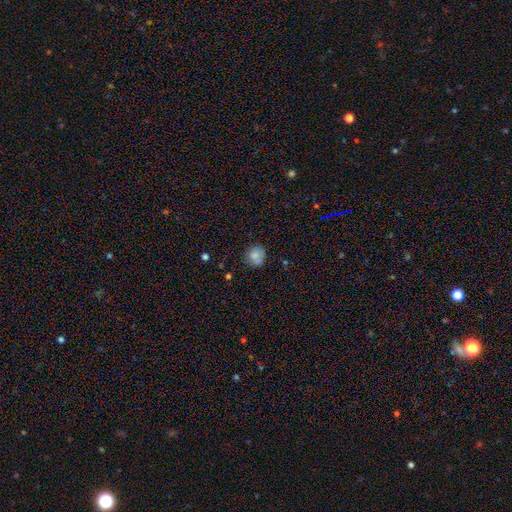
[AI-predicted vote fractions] Smooth or featured? smooth (82%)
How rounded? round (83%)
Merging? none (72%)